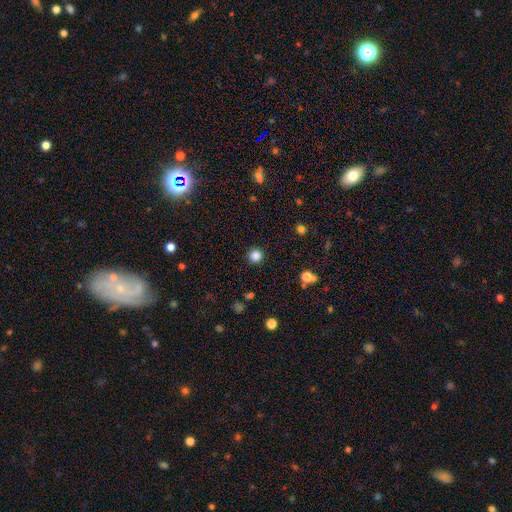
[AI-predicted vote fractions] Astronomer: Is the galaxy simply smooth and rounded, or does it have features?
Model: smooth — 84%.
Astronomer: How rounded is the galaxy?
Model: round — 96%.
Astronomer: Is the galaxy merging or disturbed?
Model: none — 92%.